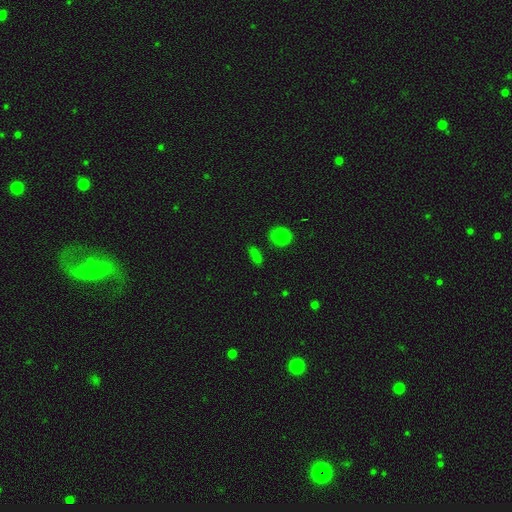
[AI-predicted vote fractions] Q: Smooth or featured?
A: smooth (73%); runner-up: star or artifact (20%)
Q: How rounded?
A: in between (58%); runner-up: cigar-shaped (26%)
Q: Merging?
A: none (83%); runner-up: minor disturbance (10%)